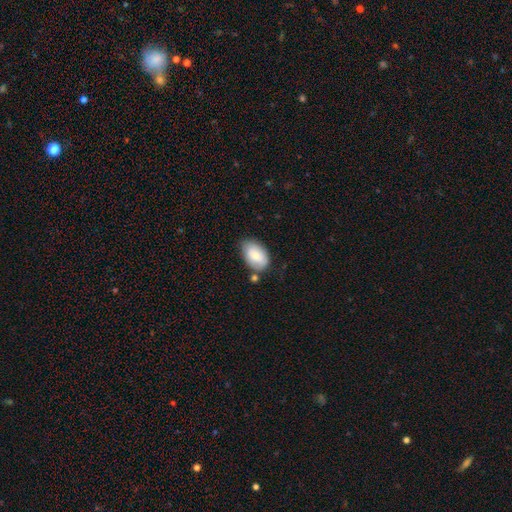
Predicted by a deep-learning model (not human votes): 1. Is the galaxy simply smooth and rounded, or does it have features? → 77% smooth, 17% featured or disk, 6% star or artifact.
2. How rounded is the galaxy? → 92% in between, 7% round, 1% cigar-shaped.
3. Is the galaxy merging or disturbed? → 64% none, 24% minor disturbance, 7% merger, 5% major disturbance.